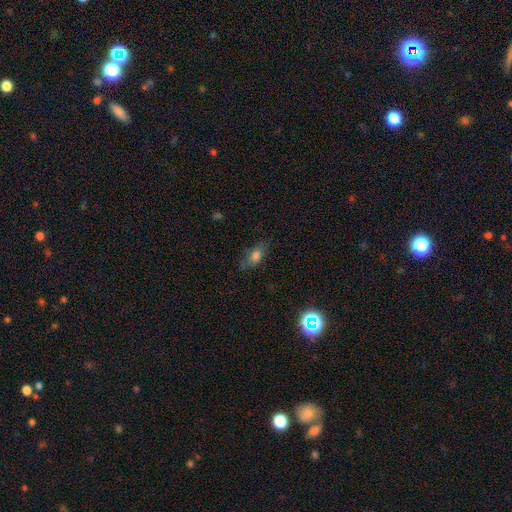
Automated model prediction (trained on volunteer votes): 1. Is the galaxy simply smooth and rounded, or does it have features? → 70% smooth, 19% featured or disk, 11% star or artifact.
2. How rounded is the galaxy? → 78% in between, 14% cigar-shaped, 8% round.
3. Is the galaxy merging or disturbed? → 69% none, 22% minor disturbance, 8% major disturbance, 2% merger.